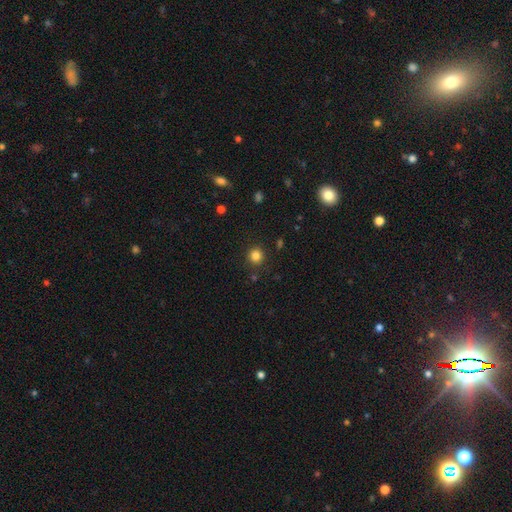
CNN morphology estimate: Overall: smooth (83%). How rounded: round (93%). Merging: none (89%).